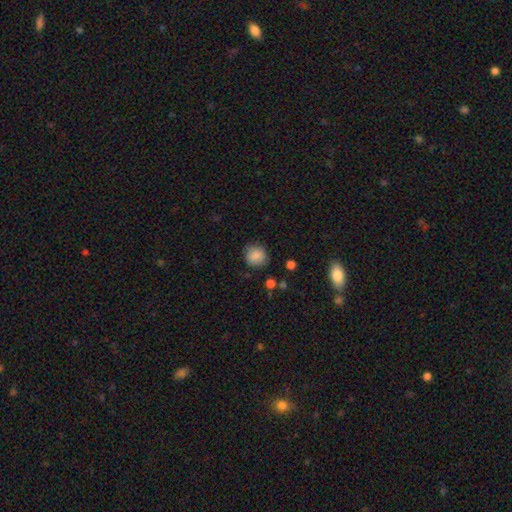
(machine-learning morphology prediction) Smooth or featured? smooth (86%)
How rounded? round (87%)
Merging? none (81%)